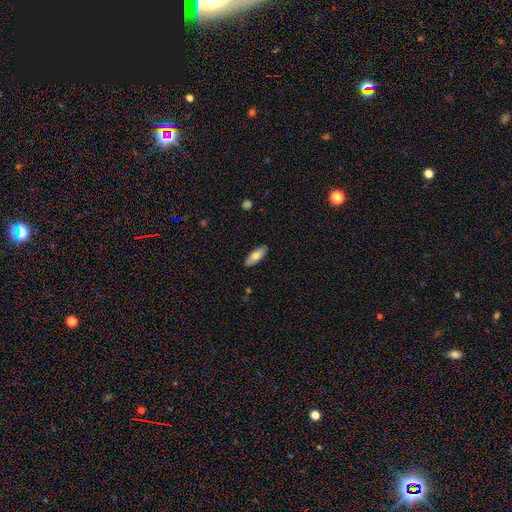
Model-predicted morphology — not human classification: This is likely a smooth galaxy (74%). How rounded: likely in between (73%). Merging: clearly none (88%).